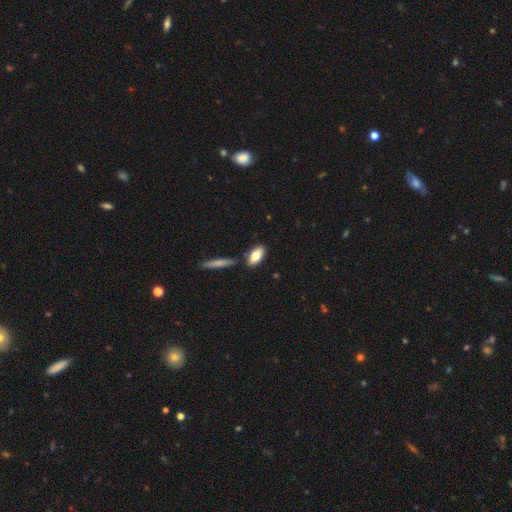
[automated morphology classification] smooth-or-featured: smooth: 77% | featured or disk: 17% | star or artifact: 6%
  how-rounded: in between: 81% | cigar-shaped: 16% | round: 3%
  merging: none: 76% | minor disturbance: 11% | merger: 10% | major disturbance: 3%